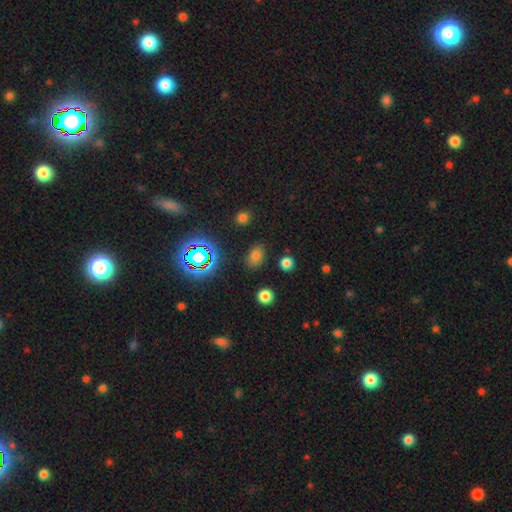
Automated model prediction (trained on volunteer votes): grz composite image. It shows a smooth galaxy with no disk features (68%) that is in between round and cigar-shaped (74%). Merging: none (82%).